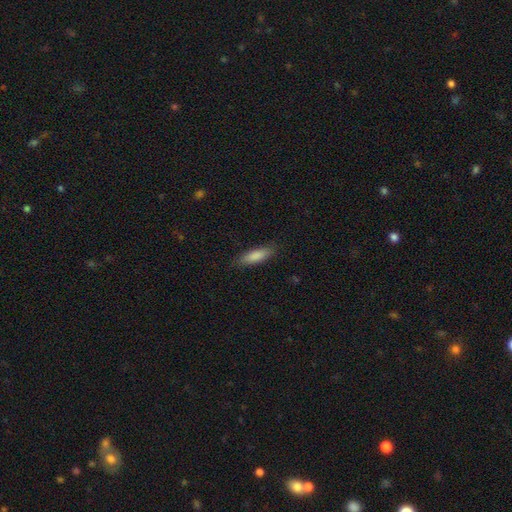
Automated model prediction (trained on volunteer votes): This appears to be a smooth galaxy with no disk features (85%) that is cigar-shaped (58%). Merging: none (85%).